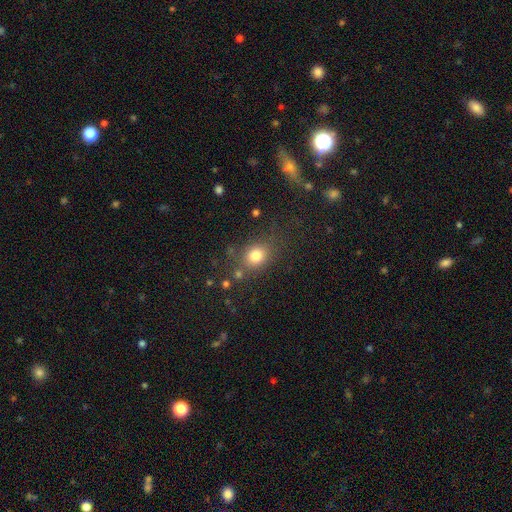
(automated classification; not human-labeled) This appears to be a smooth galaxy with no disk features (80%) that is round (61%). Merging: none (72%).